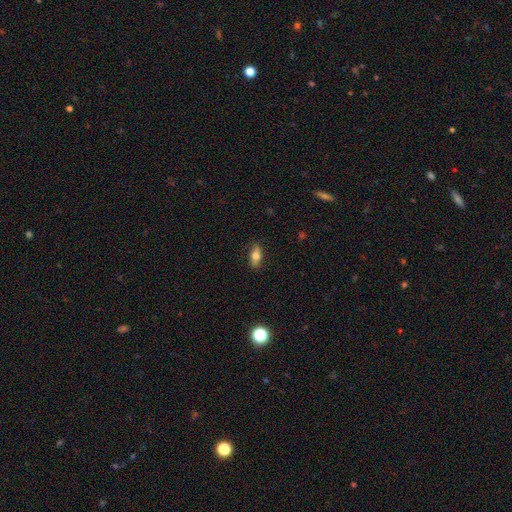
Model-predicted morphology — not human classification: Smooth or featured? Predicted: smooth (p=0.70). How rounded? Predicted: in between (p=0.75). Merging? Predicted: none (p=0.82).